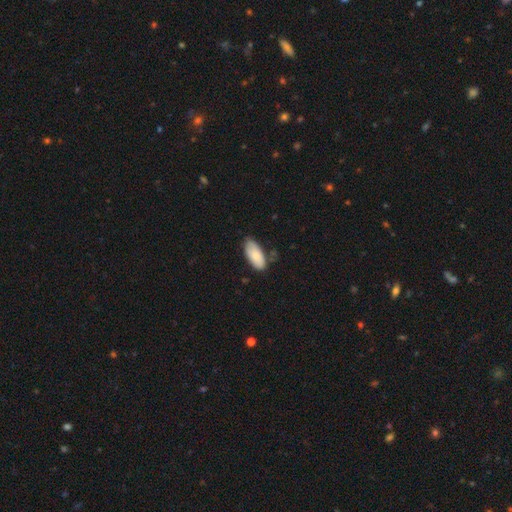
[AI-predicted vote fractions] This appears to be a smooth galaxy with no disk features (83%) that is in between round and cigar-shaped (90%). Merging: none (71%).